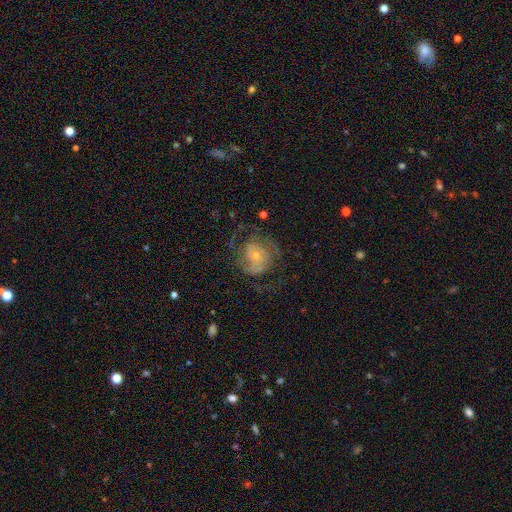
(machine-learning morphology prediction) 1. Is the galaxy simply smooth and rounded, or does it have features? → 75% featured or disk, 16% smooth, 9% star or artifact.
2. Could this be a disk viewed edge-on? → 97% no, 3% yes.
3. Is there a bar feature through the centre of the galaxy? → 73% no, 22% weak, 5% strong.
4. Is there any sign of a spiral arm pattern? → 86% yes, 14% no.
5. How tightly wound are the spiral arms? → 43% tight, 40% medium, 16% loose.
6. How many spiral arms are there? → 44% 2, 28% can't tell, 13% 3, 5% 1, 5% 4, 4% more than 4.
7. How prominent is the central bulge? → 67% small, 27% moderate, 3% none, 3% large, 1% dominant.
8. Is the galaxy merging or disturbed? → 62% none, 20% major disturbance, 17% minor disturbance, 1% merger.